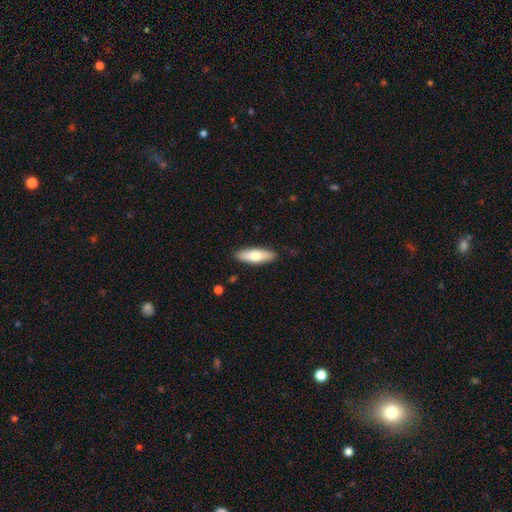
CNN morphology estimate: Overall: smooth (67%; featured or disk 28%). How rounded: in between (52%; cigar-shaped 46%). Merging: none (89%).